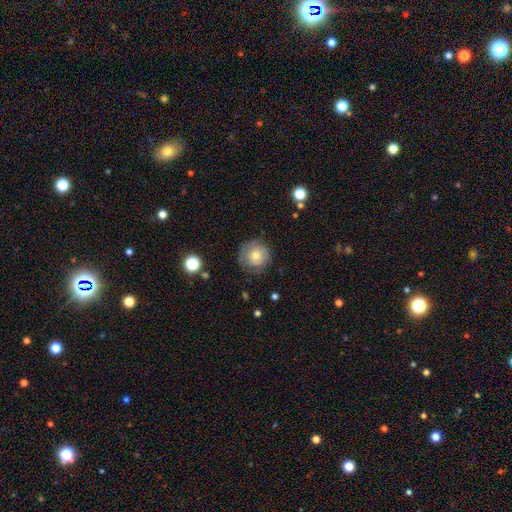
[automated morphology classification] This appears to be a smooth galaxy with no disk features (57%) that is round (92%). Merging: none (73%).